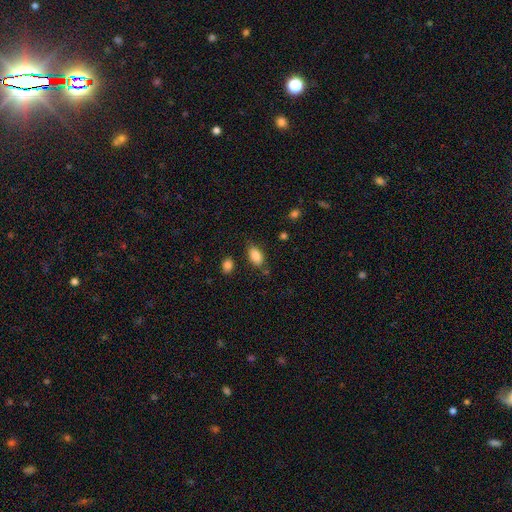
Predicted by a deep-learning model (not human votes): This appears to be a smooth galaxy with no disk features (88%) that is in between round and cigar-shaped (92%). Merging: none (75%).